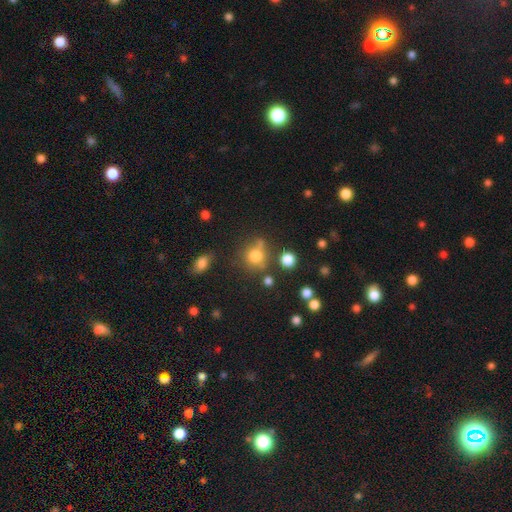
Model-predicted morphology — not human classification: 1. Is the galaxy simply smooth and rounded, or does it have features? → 75% smooth, 15% star or artifact, 10% featured or disk.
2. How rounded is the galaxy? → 82% round, 17% in between, 1% cigar-shaped.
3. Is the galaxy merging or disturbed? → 60% none, 19% minor disturbance, 13% merger, 8% major disturbance.